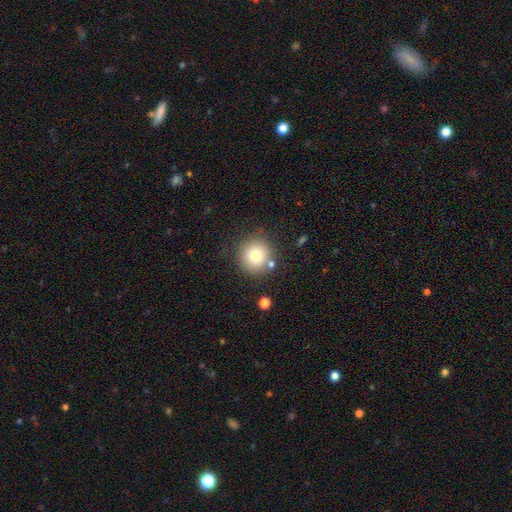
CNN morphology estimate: This appears to be a smooth galaxy with no disk features (78%) that is round (94%). Merging: none (78%).